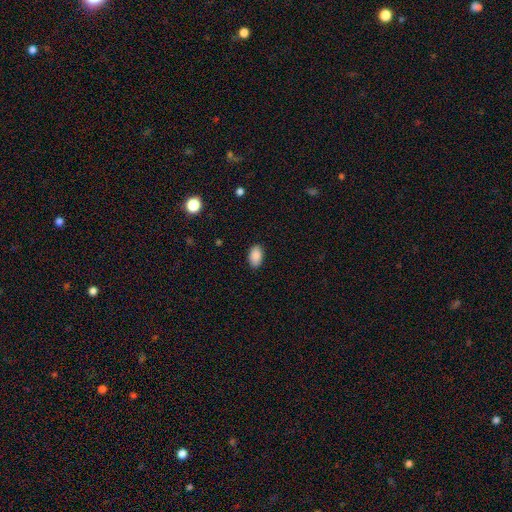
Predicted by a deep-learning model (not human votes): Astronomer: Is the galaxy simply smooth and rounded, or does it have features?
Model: smooth — 89%.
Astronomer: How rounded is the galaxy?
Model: in between — 93%.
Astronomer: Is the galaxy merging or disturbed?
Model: none — 87%.